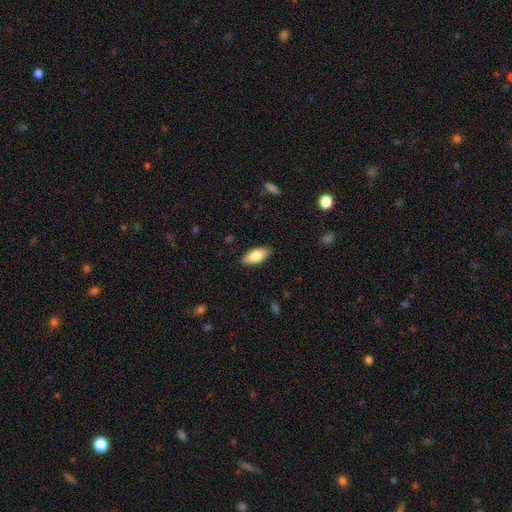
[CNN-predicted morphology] Smooth or featured? Predicted: smooth (p=0.79). How rounded? Predicted: in between (p=0.86). Merging? Predicted: none (p=0.88).